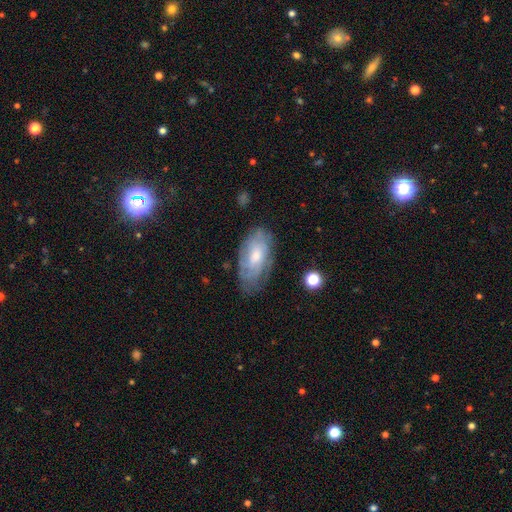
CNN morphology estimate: A featured or disk galaxy (58%) with no bar (68%), spiral arms (76%) and a moderate central bulge (49%). Merging: none (68%).